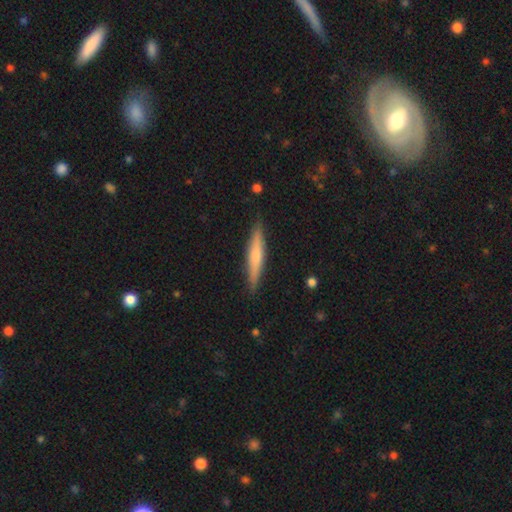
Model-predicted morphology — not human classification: type=smooth (56%); roundness=cigar-shaped (91%); merging=none (89%).